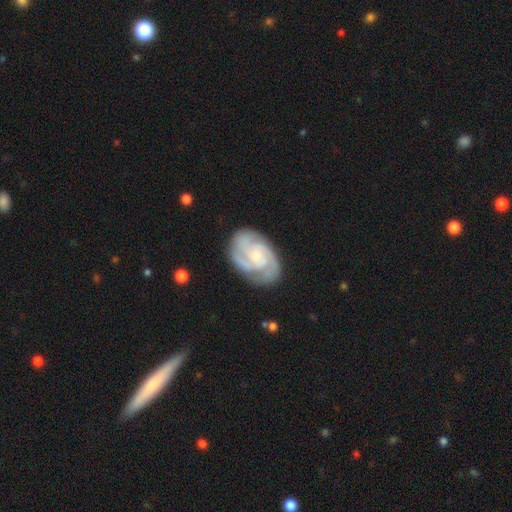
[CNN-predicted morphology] This appears to be a featured or disk galaxy (85%) with no bar (61%), 3 (41%) tight (54%) spiral arms (97%) and a small central bulge (58%). Merging: none (77%).